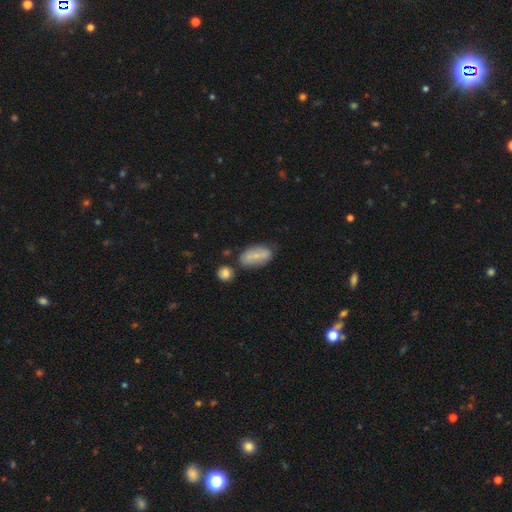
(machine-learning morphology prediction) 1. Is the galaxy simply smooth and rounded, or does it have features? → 65% smooth, 28% featured or disk, 7% star or artifact.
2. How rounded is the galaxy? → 88% in between, 7% cigar-shaped, 5% round.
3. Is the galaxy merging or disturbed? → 62% none, 20% minor disturbance, 13% merger, 5% major disturbance.